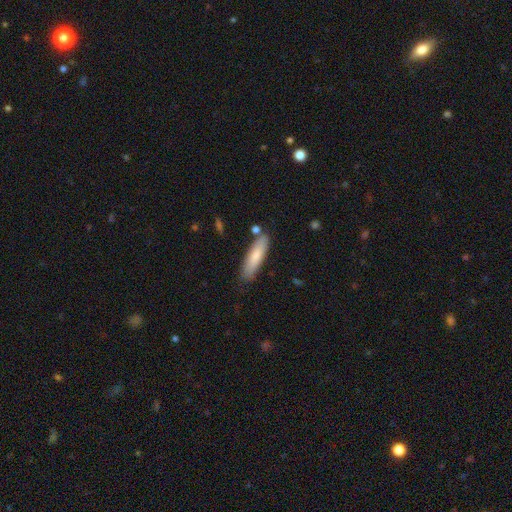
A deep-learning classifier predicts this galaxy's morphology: smooth 79%, featured or disk 16%, star or artifact 6%. Down the decision tree: how rounded — cigar-shaped (67%); merging — none (79%).